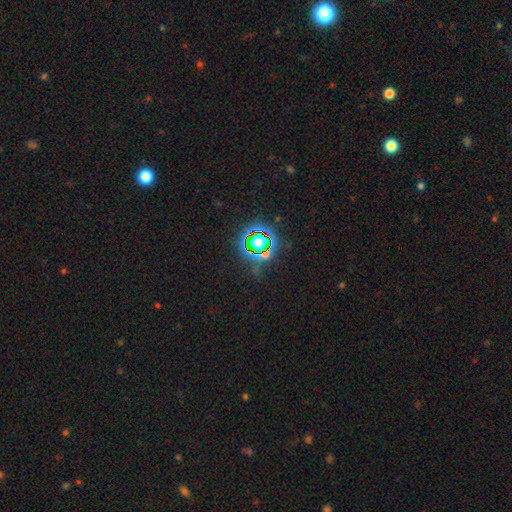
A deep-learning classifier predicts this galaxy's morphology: Smooth or featured? Predicted: star or artifact (p=0.75).